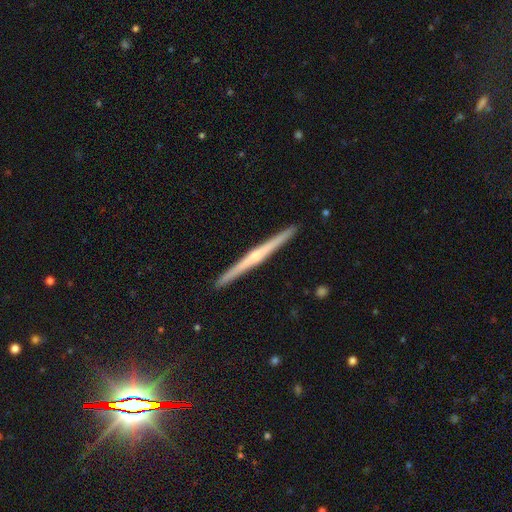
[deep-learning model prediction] Smooth or featured: featured or disk — 75% (smooth — 17%)
Edge-on disk: yes — 98% (no — 2%)
Edge-on bulge: rounded — 63% (none — 29%)
Merging: none — 92% (minor disturbance — 6%)